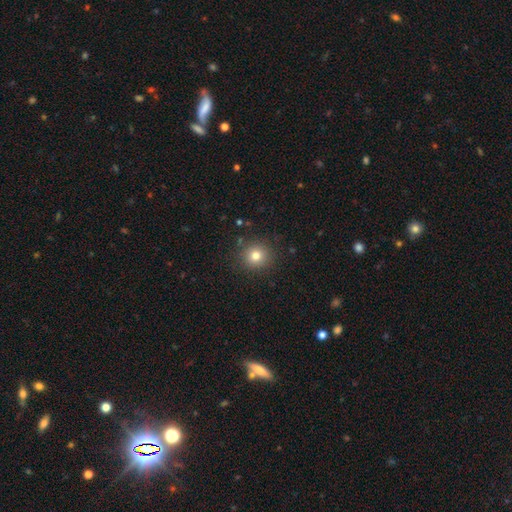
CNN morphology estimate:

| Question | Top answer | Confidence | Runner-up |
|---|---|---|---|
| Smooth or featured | smooth | 79% | star or artifact (13%) |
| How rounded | round | 92% | in between (7%) |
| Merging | none | 89% | minor disturbance (7%) |